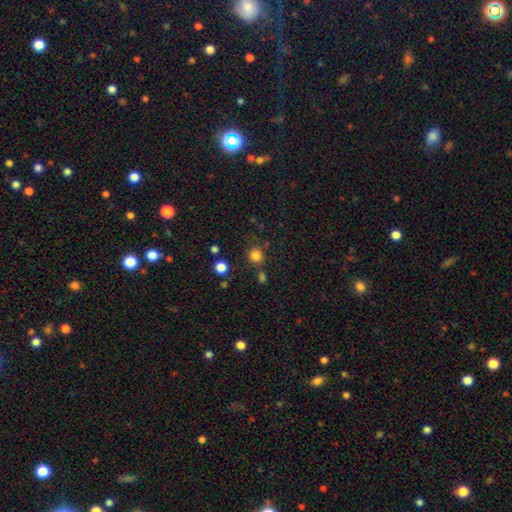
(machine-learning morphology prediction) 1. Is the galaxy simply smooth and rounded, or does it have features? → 80% smooth, 14% star or artifact, 5% featured or disk.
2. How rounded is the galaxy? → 89% round, 10% in between, 1% cigar-shaped.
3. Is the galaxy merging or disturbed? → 75% none, 12% minor disturbance, 9% merger, 5% major disturbance.